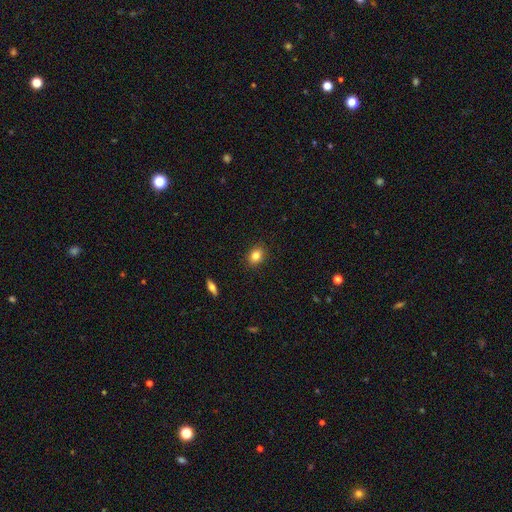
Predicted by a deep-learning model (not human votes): The model was most divided on "how rounded": in between: 63%, round: 35%, cigar-shaped: 2%. More confident: merging — none (88%); smooth or featured — smooth (82%).